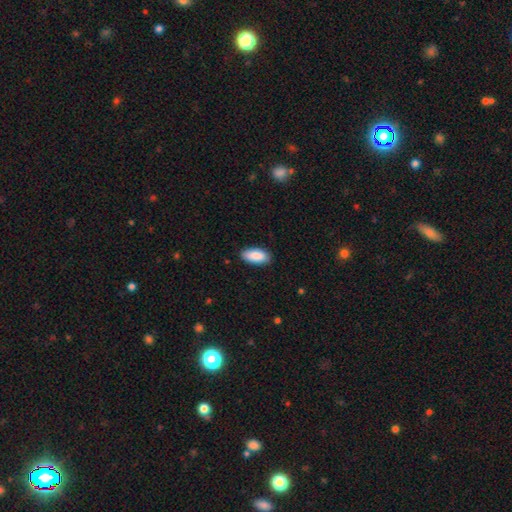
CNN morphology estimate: A smooth galaxy with no disk features (90%) that is in between round and cigar-shaped (91%).

Vote fractions:
- Smooth or featured? smooth: 90% / star or artifact: 6% / featured or disk: 5%
- How rounded? in between: 91% / cigar-shaped: 7% / round: 2%
- Merging? none: 88% / minor disturbance: 9% / major disturbance: 2% / merger: 1%